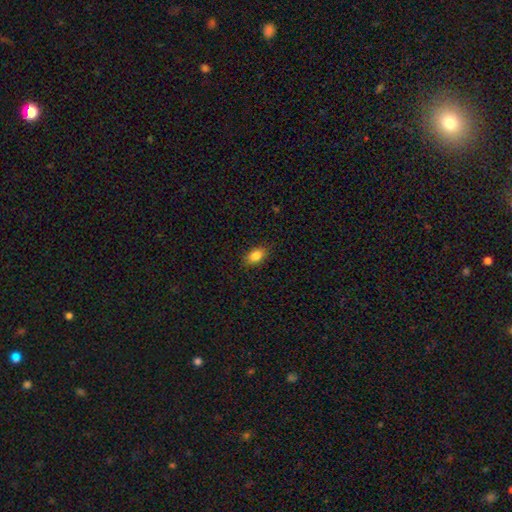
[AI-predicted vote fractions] This appears to be a smooth galaxy with no disk features (84%) that is in between round and cigar-shaped (85%). Merging: none (87%).